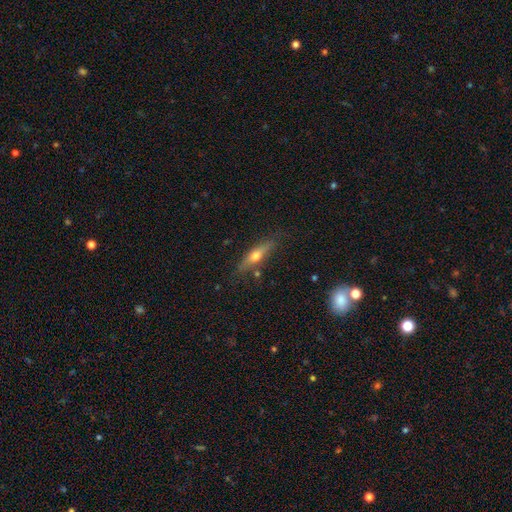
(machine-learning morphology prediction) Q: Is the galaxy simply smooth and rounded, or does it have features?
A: featured or disk — 51%.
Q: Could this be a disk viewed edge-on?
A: yes — 90%.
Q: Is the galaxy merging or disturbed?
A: none — 80%.